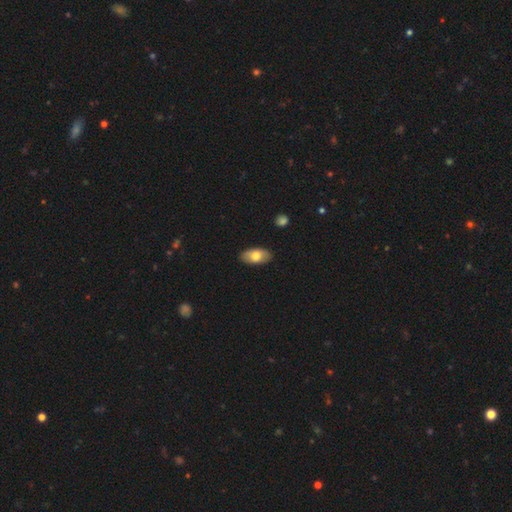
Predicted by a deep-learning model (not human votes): smooth 74%, featured or disk 20%, star or artifact 6%. Down the decision tree: how rounded — in between (93%); merging — none (88%).